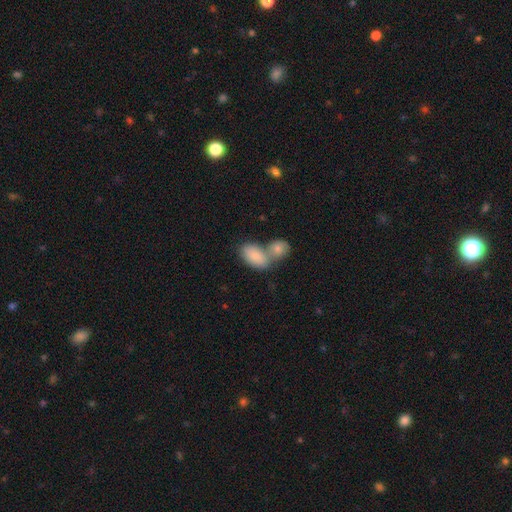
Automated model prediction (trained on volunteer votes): Smooth or featured? smooth (84%)
How rounded? in between (92%)
Merging? merger (59%)